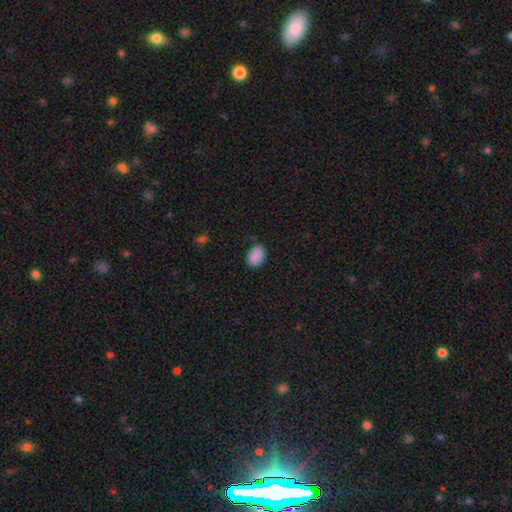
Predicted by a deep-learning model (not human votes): This is clearly a smooth galaxy (88%). How rounded: clearly in between (81%). Merging: likely none (78%).